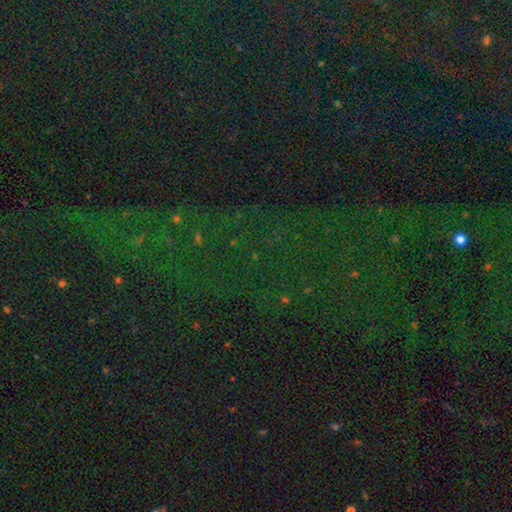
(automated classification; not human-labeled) Q: Smooth or featured?
A: star or artifact (82%); runner-up: smooth (10%)